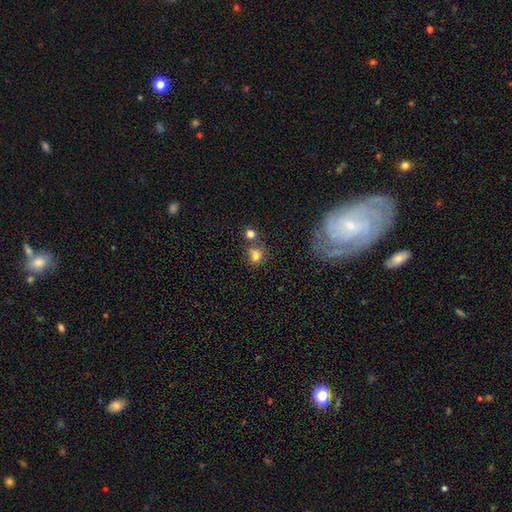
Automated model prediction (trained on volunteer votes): Smooth or featured?
  - smooth: 76% *
  - star or artifact: 14%
  - featured or disk: 10%
How rounded?
  - round: 73% *
  - in between: 26%
  - cigar-shaped: 1%
Merging?
  - none: 54% *
  - merger: 28%
  - minor disturbance: 12%
  - major disturbance: 6%